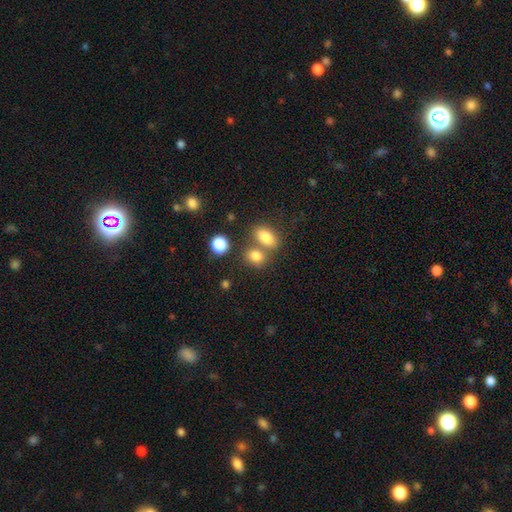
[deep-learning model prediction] Smooth or featured? smooth (81%)
How rounded? in between (65%)
Merging? none (49%)